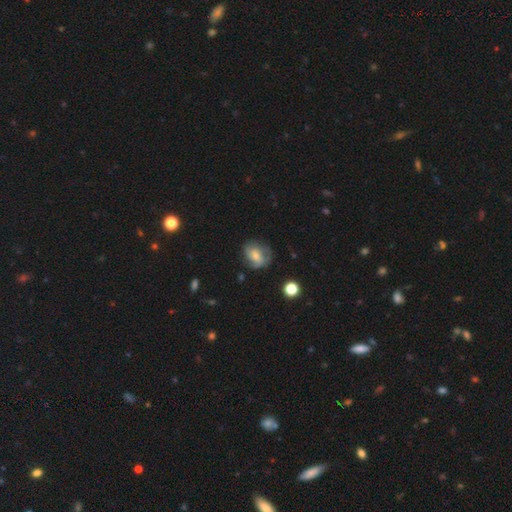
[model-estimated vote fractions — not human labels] Smooth or featured? Predicted: smooth (p=0.49). Merging? Predicted: none (p=0.57).